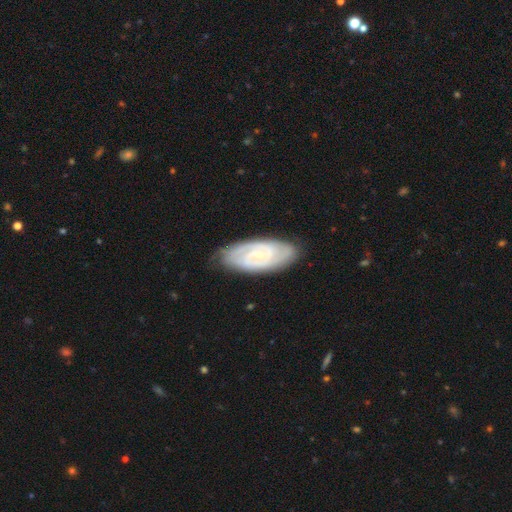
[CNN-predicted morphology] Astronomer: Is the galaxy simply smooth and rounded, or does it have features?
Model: featured or disk — 77%.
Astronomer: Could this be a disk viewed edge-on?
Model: no — 92%.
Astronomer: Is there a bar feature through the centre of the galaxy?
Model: no — 55% (runner-up: weak, 35%).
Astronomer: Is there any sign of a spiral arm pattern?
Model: yes — 93%.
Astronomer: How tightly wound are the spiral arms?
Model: tight — 70%.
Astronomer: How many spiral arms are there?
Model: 2 — 42% (runner-up: can't tell, 31%).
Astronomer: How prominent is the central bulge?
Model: small — 76%.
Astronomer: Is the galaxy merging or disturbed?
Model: none — 82%.